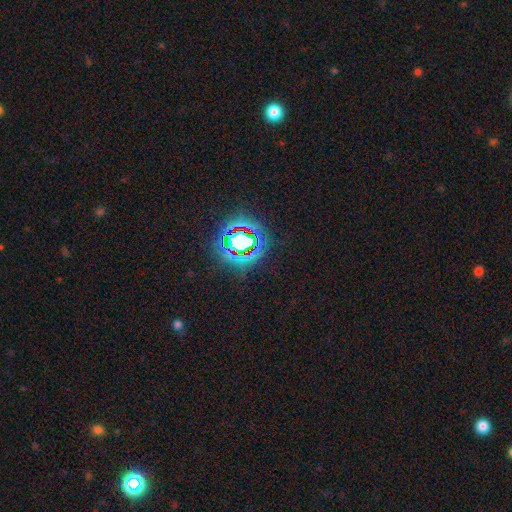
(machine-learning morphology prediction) smooth-or-featured: star or artifact: 79% | smooth: 13% | featured or disk: 8%